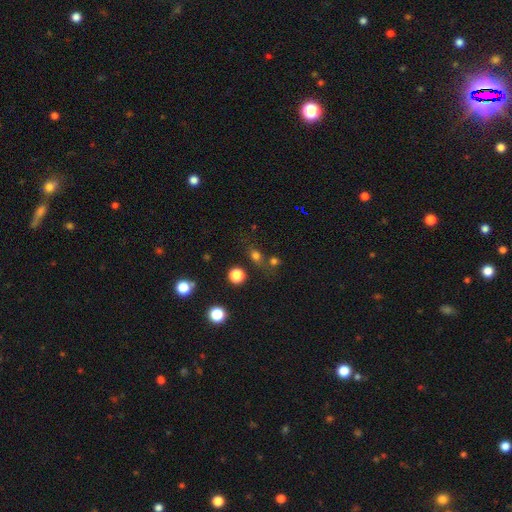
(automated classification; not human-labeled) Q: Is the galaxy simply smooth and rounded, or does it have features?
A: smooth — 70%.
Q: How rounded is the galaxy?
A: round — 61%.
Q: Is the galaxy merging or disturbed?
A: none — 62%.